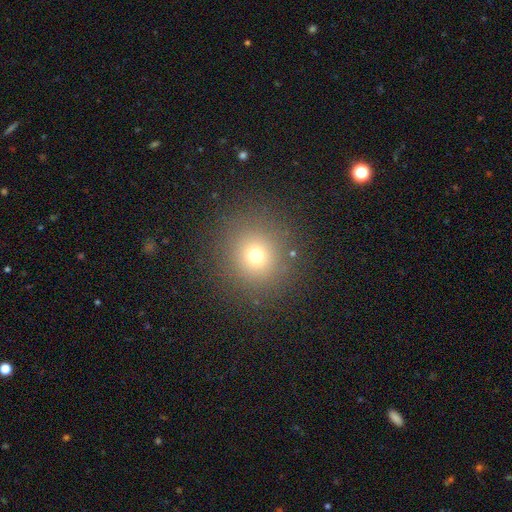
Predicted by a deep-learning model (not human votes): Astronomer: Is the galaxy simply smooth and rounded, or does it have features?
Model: smooth — 70%.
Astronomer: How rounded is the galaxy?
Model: round — 91%.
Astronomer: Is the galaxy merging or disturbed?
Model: none — 88%.